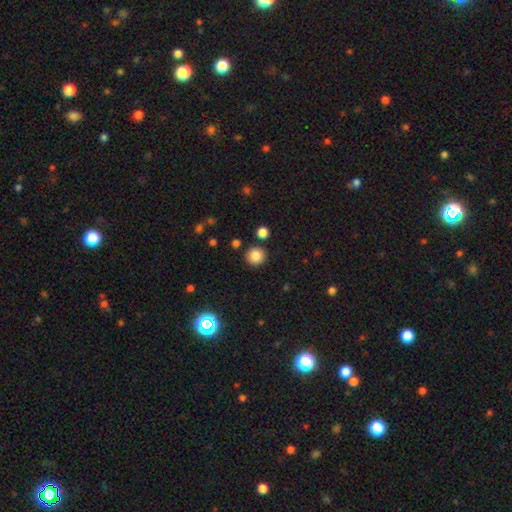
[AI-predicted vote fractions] This is clearly a smooth galaxy (85%). How rounded: clearly round (93%). Merging: clearly none (88%).